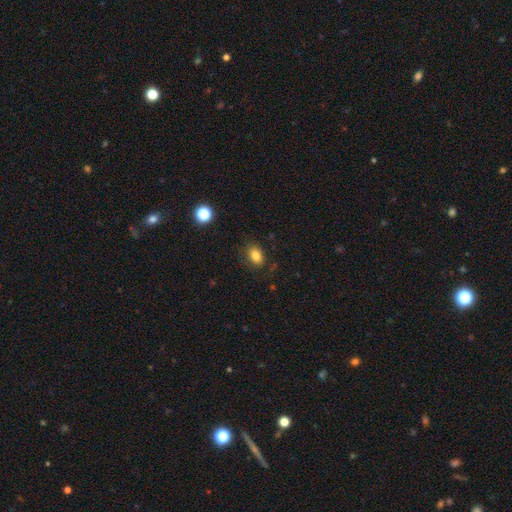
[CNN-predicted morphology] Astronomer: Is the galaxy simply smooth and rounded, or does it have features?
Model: smooth — 83%.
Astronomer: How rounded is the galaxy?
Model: in between — 75%.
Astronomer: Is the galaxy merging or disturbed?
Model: none — 81%.